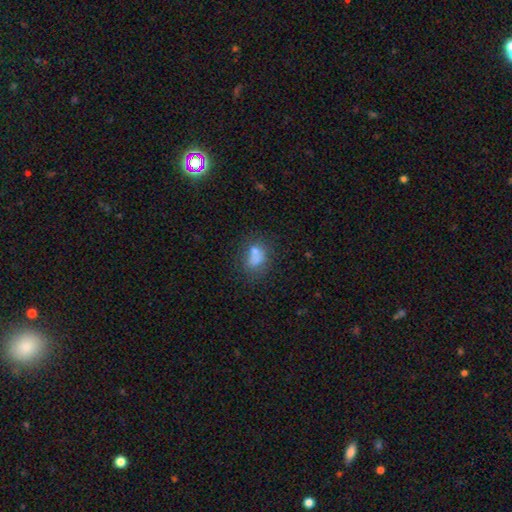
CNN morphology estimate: A smooth galaxy with no disk features (67%) that is in between round and cigar-shaped (62%). Merging: none (38%).